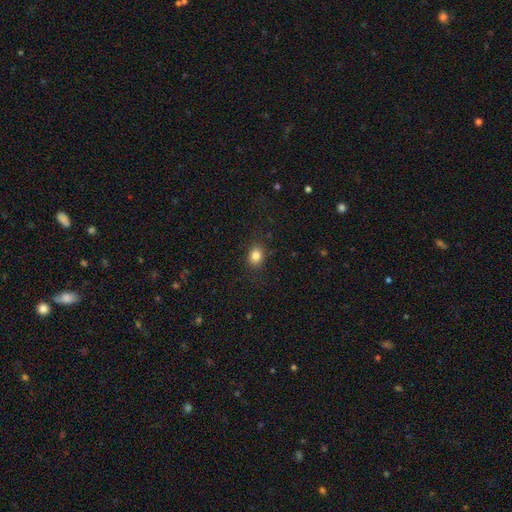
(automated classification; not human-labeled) smooth_or_featured: smooth (p=0.83) [alt: star or artifact p=0.11]
how_rounded: round (p=0.54) [alt: in between p=0.45]
merging: none (p=0.86) [alt: minor disturbance p=0.10]